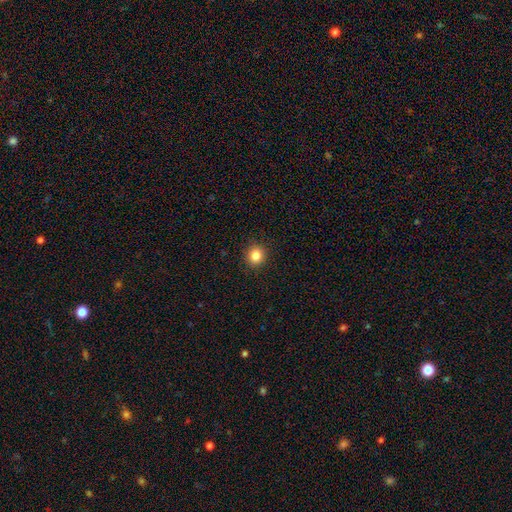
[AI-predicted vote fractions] A smooth galaxy with no disk features (84%) that is round (85%). Merging: none (92%).